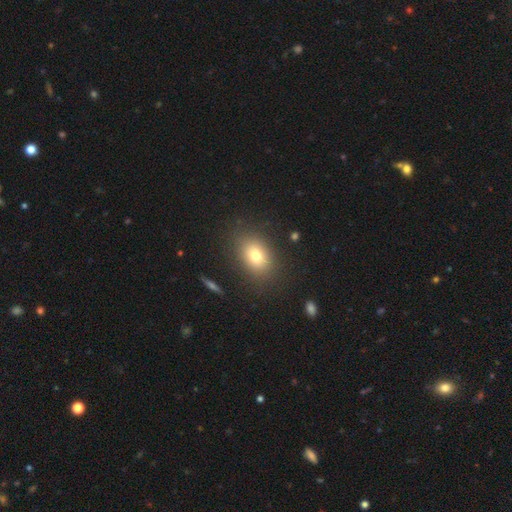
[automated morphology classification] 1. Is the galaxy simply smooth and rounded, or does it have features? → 76% smooth, 12% featured or disk, 11% star or artifact.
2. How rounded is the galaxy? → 72% in between, 27% round, 1% cigar-shaped.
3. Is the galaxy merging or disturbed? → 84% none, 10% minor disturbance, 4% major disturbance, 2% merger.